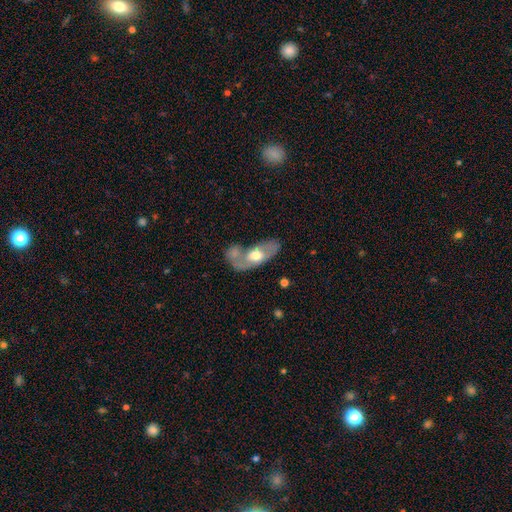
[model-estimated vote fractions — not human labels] A smooth galaxy with no disk features (49%). Merging: merger (42%).